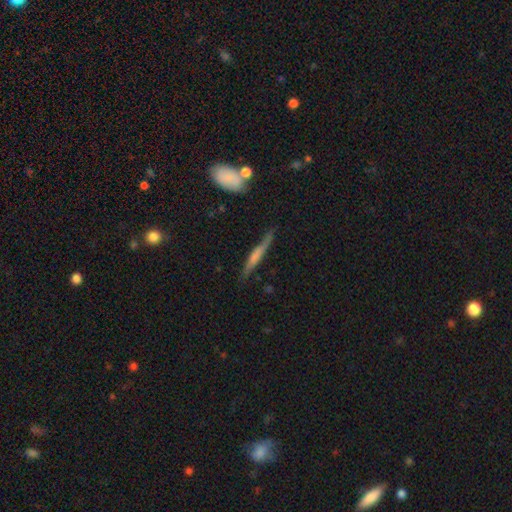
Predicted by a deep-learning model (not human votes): This is possibly a smooth galaxy (48%). Merging: likely none (72%).